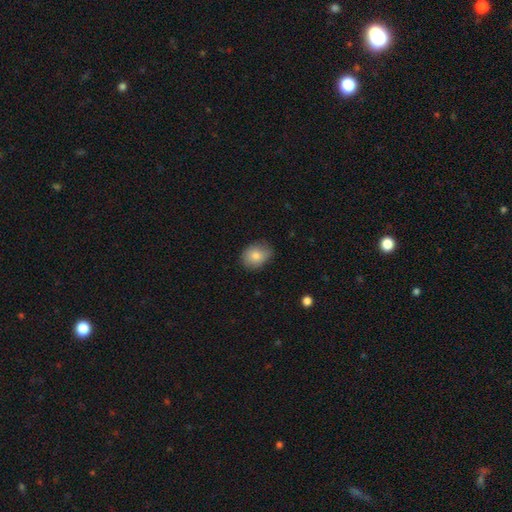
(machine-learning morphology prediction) Smooth or featured? smooth (81%)
How rounded? in between (57%)
Merging? none (79%)